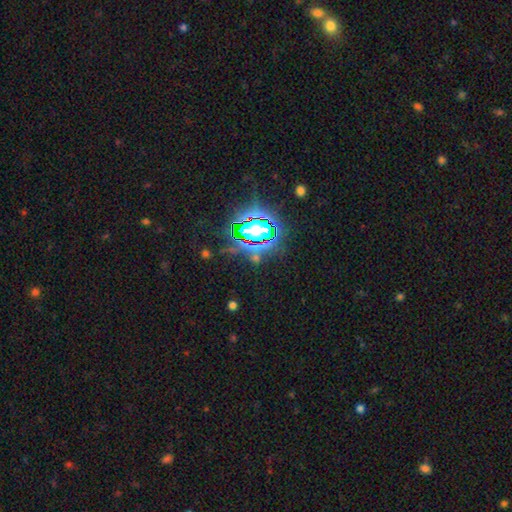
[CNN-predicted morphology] star or artifact 77%, smooth 13%, featured or disk 10%.